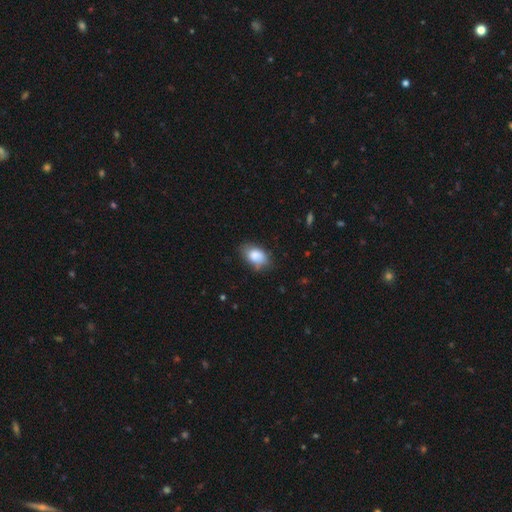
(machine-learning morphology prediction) The model was most divided on "merging": none: 65%, minor disturbance: 27%, major disturbance: 6%, merger: 2%. More confident: how rounded — in between (89%); smooth or featured — smooth (84%).